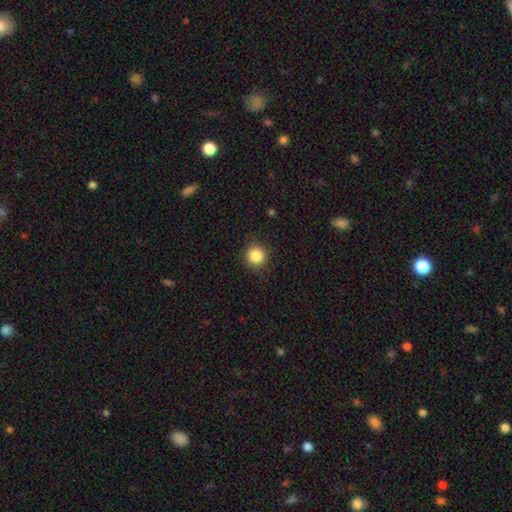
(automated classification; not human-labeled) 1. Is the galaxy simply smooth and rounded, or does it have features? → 86% smooth, 10% star or artifact, 4% featured or disk.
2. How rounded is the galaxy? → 93% round, 6% in between, 1% cigar-shaped.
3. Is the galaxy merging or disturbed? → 89% none, 7% minor disturbance, 2% major disturbance, 1% merger.